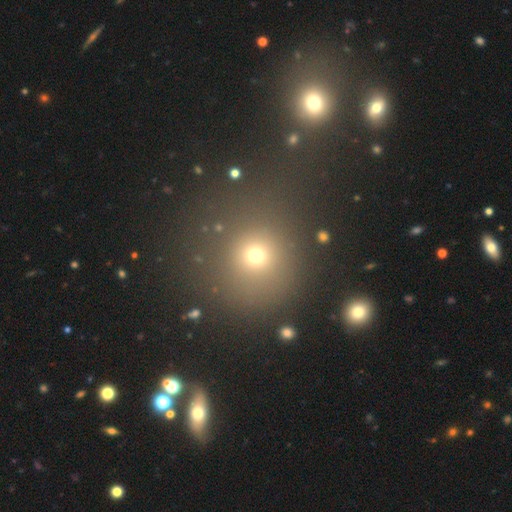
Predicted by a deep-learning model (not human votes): Q: Smooth or featured?
A: smooth (70%); runner-up: star or artifact (21%)
Q: How rounded?
A: round (89%); runner-up: in between (10%)
Q: Merging?
A: none (74%); runner-up: minor disturbance (11%)